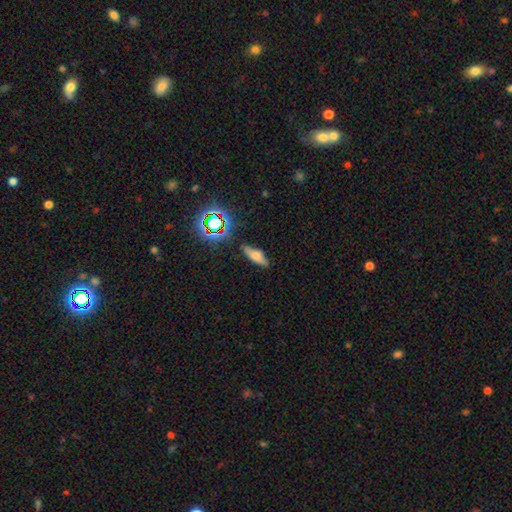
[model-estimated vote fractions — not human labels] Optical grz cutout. It shows a smooth galaxy with no disk features (65%) that is in between round and cigar-shaped (52%). Merging: none (80%).